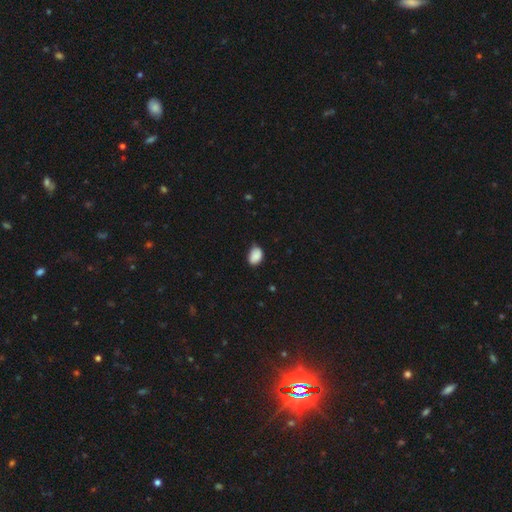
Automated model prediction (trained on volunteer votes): smooth 88%, star or artifact 8%, featured or disk 4%. Down the decision tree: how rounded — in between (81%); merging — none (63%).